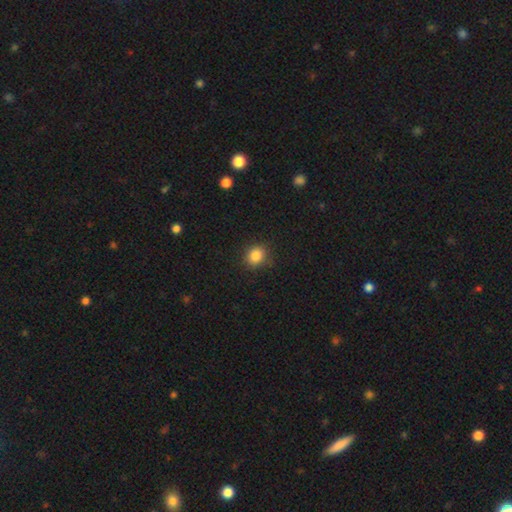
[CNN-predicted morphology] A smooth galaxy with no disk features (85%) that is round (69%).

Vote fractions:
- Smooth or featured? smooth: 85% / star or artifact: 10% / featured or disk: 4%
- How rounded? round: 69% / in between: 30% / cigar-shaped: 1%
- Merging? none: 85% / minor disturbance: 11% / major disturbance: 3% / merger: 1%